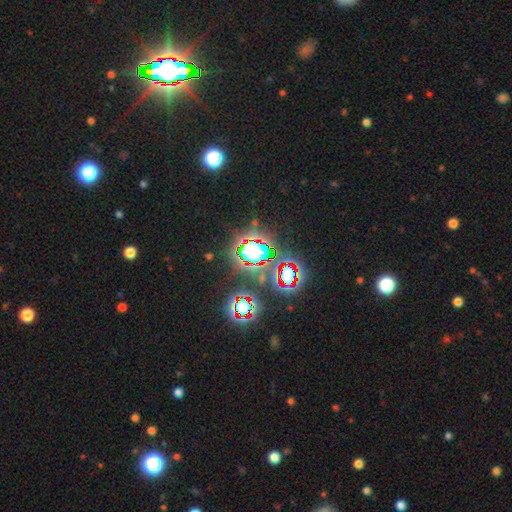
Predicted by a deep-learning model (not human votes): smooth_or_featured: star or artifact (p=0.79) [alt: smooth p=0.12]